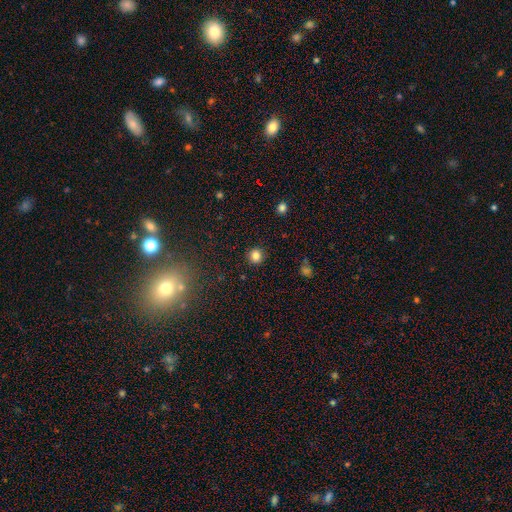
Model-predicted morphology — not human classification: Smooth or featured? Predicted: smooth (p=0.83). How rounded? Predicted: round (p=0.92). Merging? Predicted: none (p=0.91).